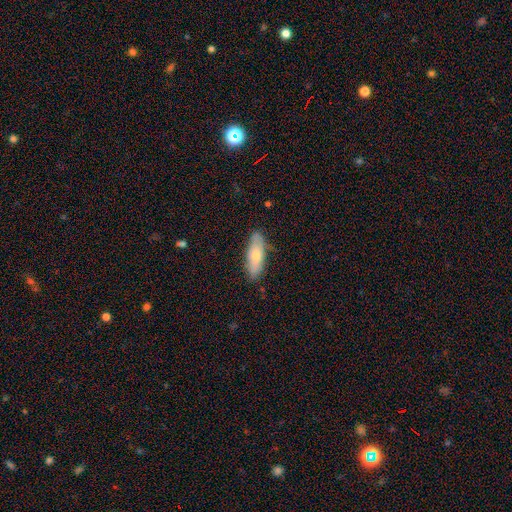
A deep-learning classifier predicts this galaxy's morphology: A smooth galaxy with no disk features (70%) that is in between round and cigar-shaped (61%). Merging: none (81%).